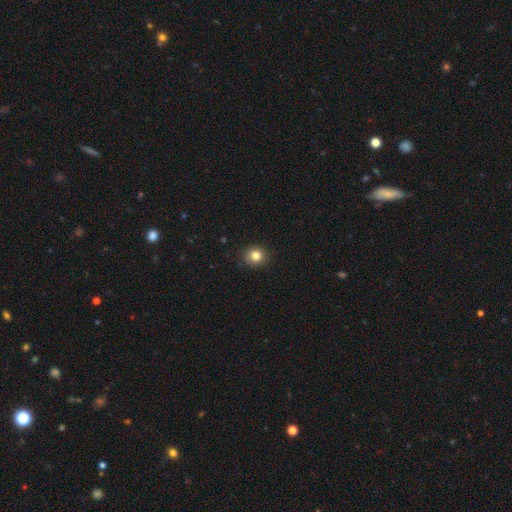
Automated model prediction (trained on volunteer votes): Overall: smooth (82%). How rounded: round (83%). Merging: none (88%).